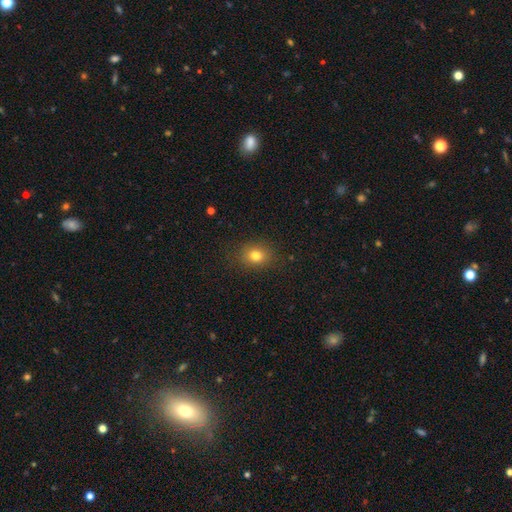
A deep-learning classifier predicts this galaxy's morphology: This is likely a smooth galaxy (79%). How rounded: possibly round (58%). Merging: clearly none (87%).